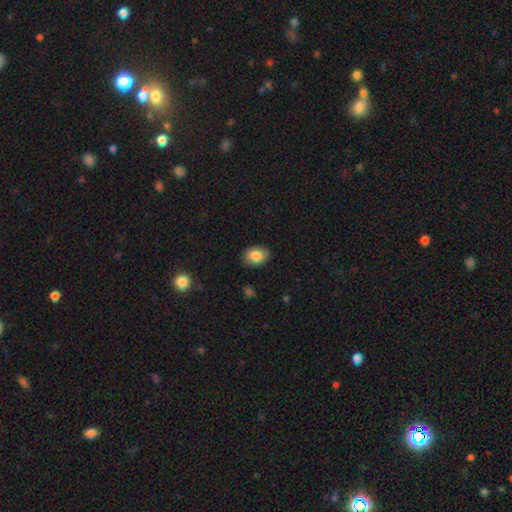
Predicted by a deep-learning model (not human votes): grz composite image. It shows a smooth galaxy with no disk features (86%) that is in between round and cigar-shaped (74%). Merging: none (86%).